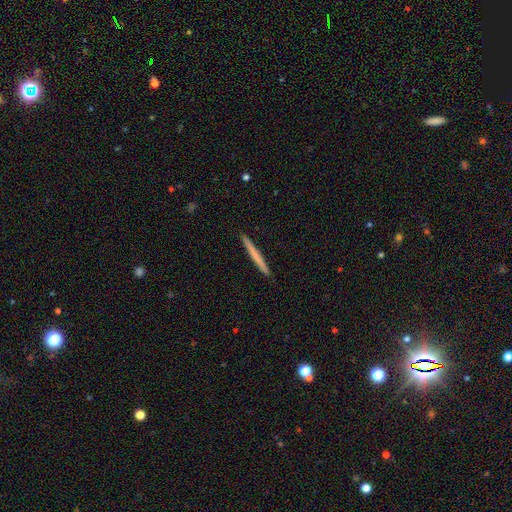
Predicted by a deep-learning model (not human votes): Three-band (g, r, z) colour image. It shows a smooth galaxy with no disk features (59%) that is cigar-shaped (97%). Merging: none (93%).